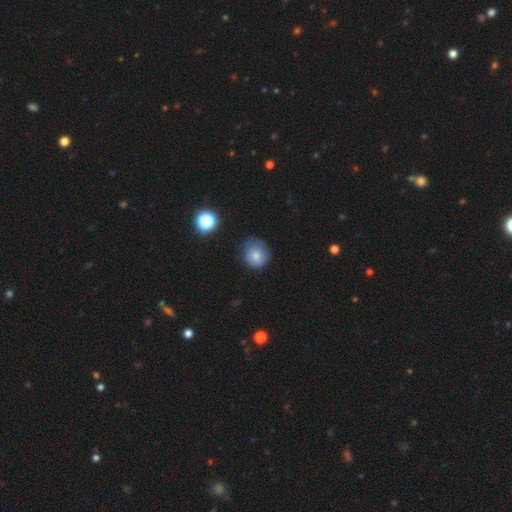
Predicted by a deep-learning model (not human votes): A smooth galaxy with no disk features (79%) that is round (83%). Merging: none (69%).